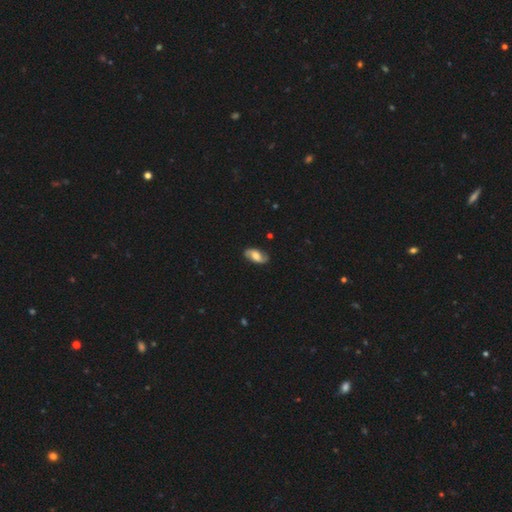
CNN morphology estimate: featured or disk 64%, smooth 29%, star or artifact 7%. Down the decision tree: edge-on disk — no (94%); bar — no (46%); spiral arms — yes (90%); spiral arm count — 2 (90%); spiral winding — loose (43%); bulge size — moderate (48%); merging — none (83%).